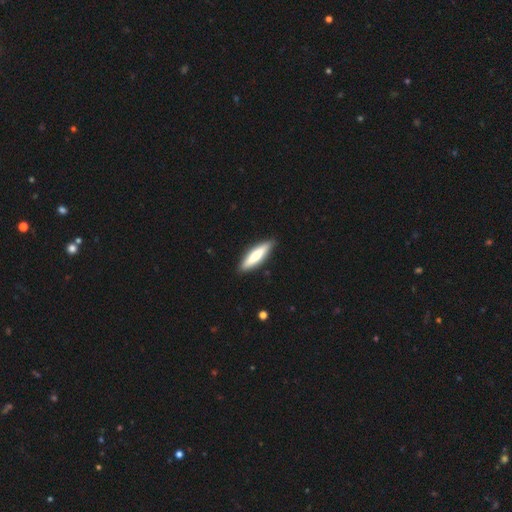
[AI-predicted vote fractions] A smooth galaxy with no disk features (66%) that is cigar-shaped (74%).

Vote fractions:
- Smooth or featured? smooth: 66% / featured or disk: 29% / star or artifact: 5%
- How rounded? cigar-shaped: 74% / in between: 25% / round: 1%
- Merging? none: 89% / minor disturbance: 8% / major disturbance: 2% / merger: 1%